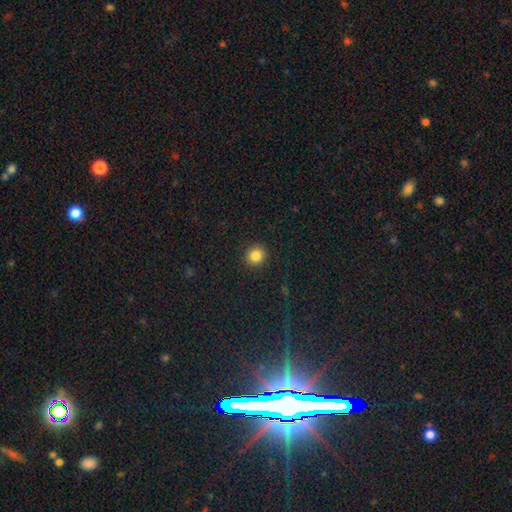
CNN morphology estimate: type=smooth (85%); roundness=round (91%); merging=none (92%).